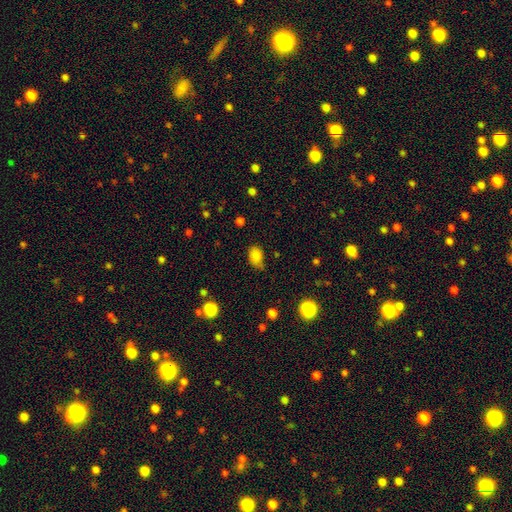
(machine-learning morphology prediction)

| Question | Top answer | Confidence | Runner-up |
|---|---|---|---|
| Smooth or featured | smooth | 83% | star or artifact (10%) |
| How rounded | in between | 79% | round (19%) |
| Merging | none | 61% | minor disturbance (31%) |